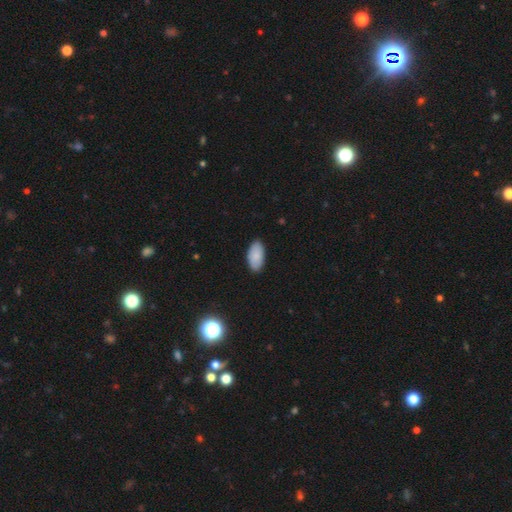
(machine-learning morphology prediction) smooth-or-featured: smooth: 89% | star or artifact: 6% | featured or disk: 5%
  how-rounded: in between: 95% | cigar-shaped: 3% | round: 2%
  merging: none: 87% | minor disturbance: 10% | major disturbance: 2% | merger: 1%